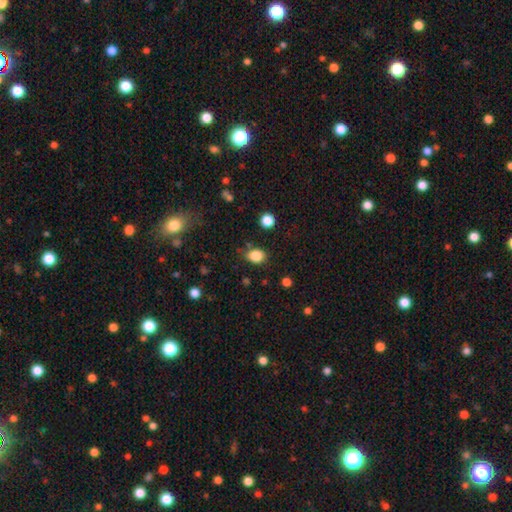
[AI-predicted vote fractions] This appears to be a smooth galaxy with no disk features (85%) that is in between round and cigar-shaped (55%). Merging: none (74%).